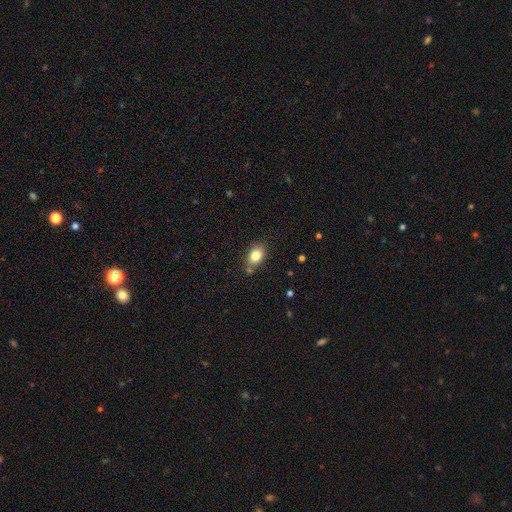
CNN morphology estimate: The model was most divided on "merging": none: 75%, minor disturbance: 15%, merger: 7%, major disturbance: 3%. More confident: smooth or featured — smooth (82%); how rounded — in between (79%).